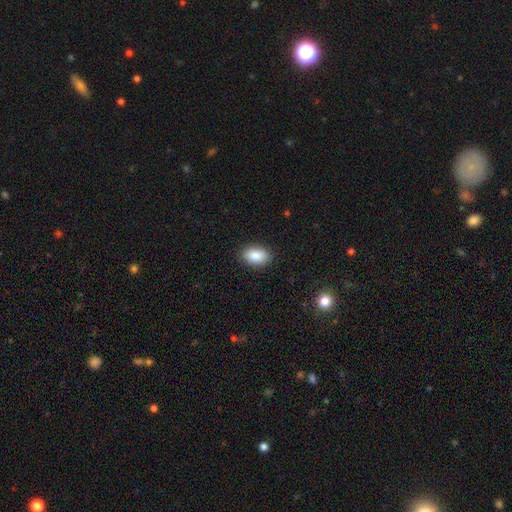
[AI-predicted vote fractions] smooth 88%, star or artifact 7%, featured or disk 5%. Down the decision tree: how rounded — in between (92%); merging — none (89%).